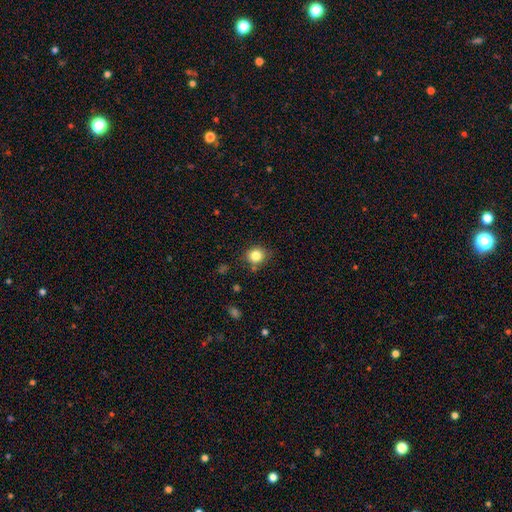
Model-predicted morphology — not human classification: Q: Smooth or featured?
A: smooth (83%); runner-up: star or artifact (11%)
Q: How rounded?
A: round (79%); runner-up: in between (20%)
Q: Merging?
A: none (81%); runner-up: minor disturbance (13%)